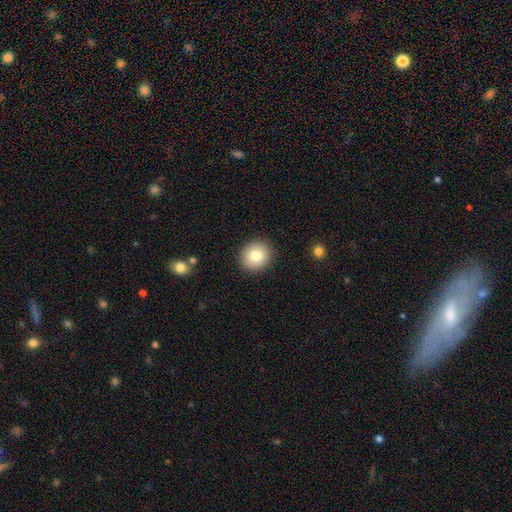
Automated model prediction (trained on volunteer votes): The model was most divided on "how rounded": round: 83%, in between: 16%, cigar-shaped: 1%. More confident: merging — none (91%); smooth or featured — smooth (81%).